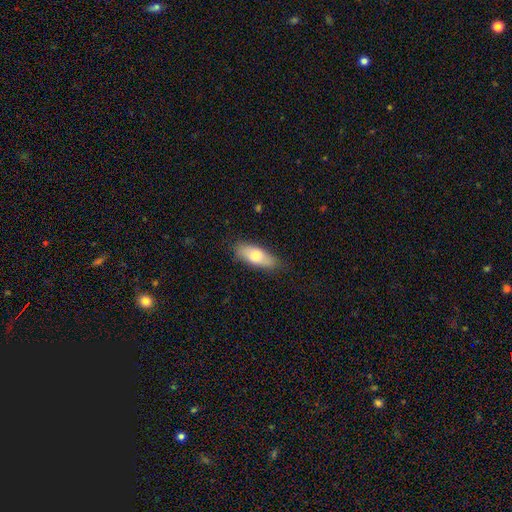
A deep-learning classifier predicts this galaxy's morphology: Smooth or featured: smooth — 74% (featured or disk — 20%)
How rounded: in between — 69% (cigar-shaped — 28%)
Merging: none — 80% (minor disturbance — 16%)